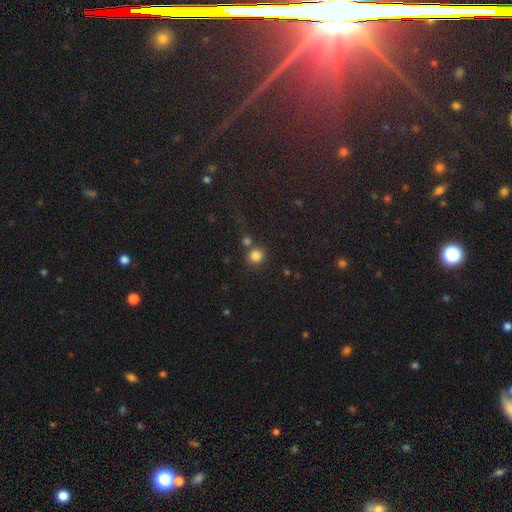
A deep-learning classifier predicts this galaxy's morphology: Q: Smooth or featured?
A: smooth (83%); runner-up: star or artifact (12%)
Q: How rounded?
A: round (82%); runner-up: in between (17%)
Q: Merging?
A: none (69%); runner-up: merger (18%)